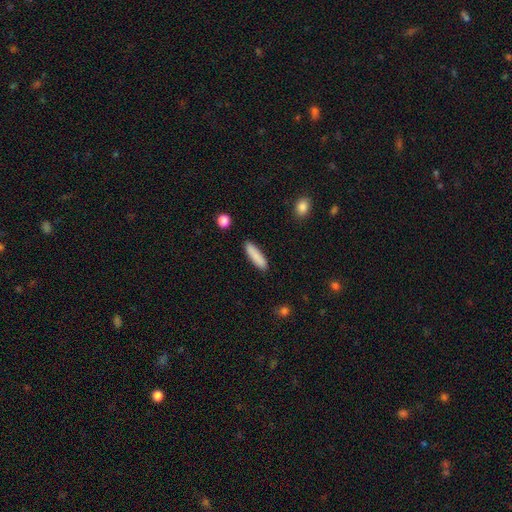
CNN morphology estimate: The model was most divided on "how rounded": cigar-shaped: 74%, in between: 25%, round: 1%. More confident: merging — none (88%); smooth or featured — smooth (87%).